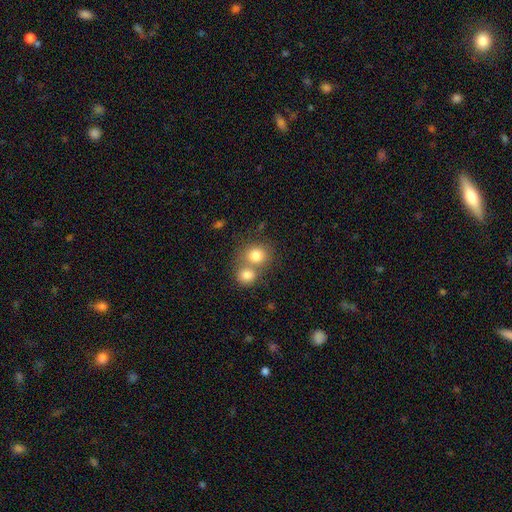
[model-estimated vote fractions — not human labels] Smooth or featured? smooth (79%)
How rounded? round (77%)
Merging? merger (51%)